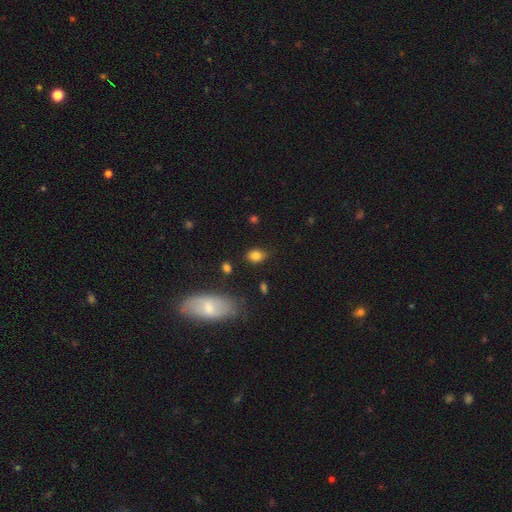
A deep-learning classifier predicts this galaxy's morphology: A smooth galaxy with no disk features (82%) that is in between round and cigar-shaped (70%). Merging: none (77%).